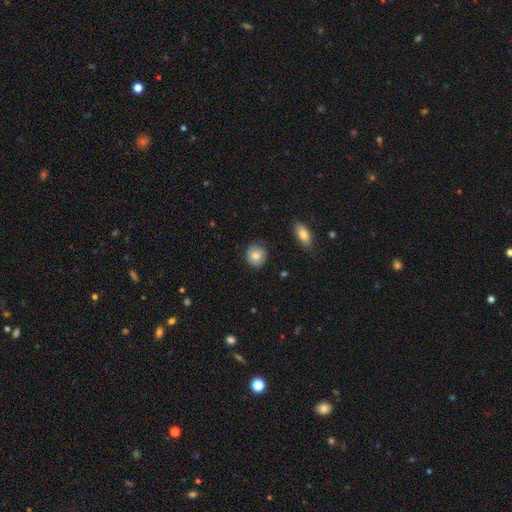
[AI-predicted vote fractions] smooth 81%, featured or disk 12%, star or artifact 8%. Down the decision tree: how rounded — round (87%); merging — none (83%).